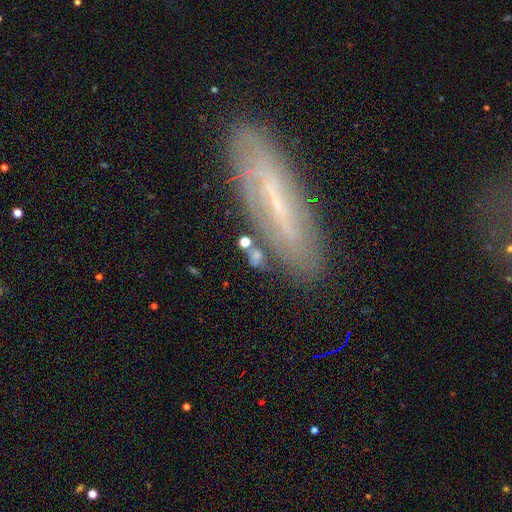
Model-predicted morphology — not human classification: Q: Smooth or featured?
A: smooth (48%); runner-up: featured or disk (31%)
Q: Merging?
A: none (62%); runner-up: minor disturbance (17%)